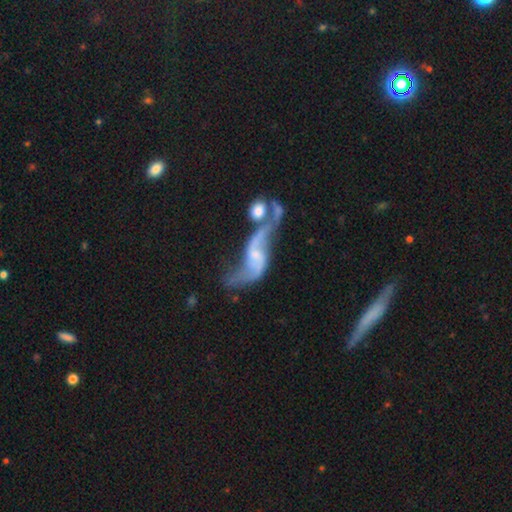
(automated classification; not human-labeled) Morphology: type=featured or disk (85%); edge-on=no (94%); bar=no (44%); spiral arms=yes (91%); winding=loose (87%); arm count=2 (90%); bulge=small (55%); merging=merger (42%).